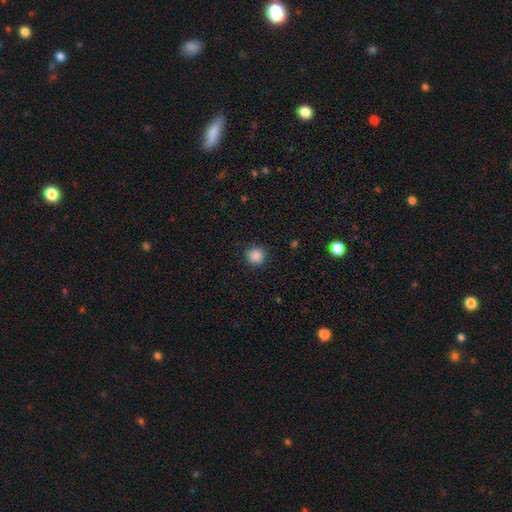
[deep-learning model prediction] smooth_or_featured: smooth (p=0.87) [alt: star or artifact p=0.10]
how_rounded: round (p=0.94) [alt: in between p=0.06]
merging: none (p=0.89) [alt: minor disturbance p=0.07]